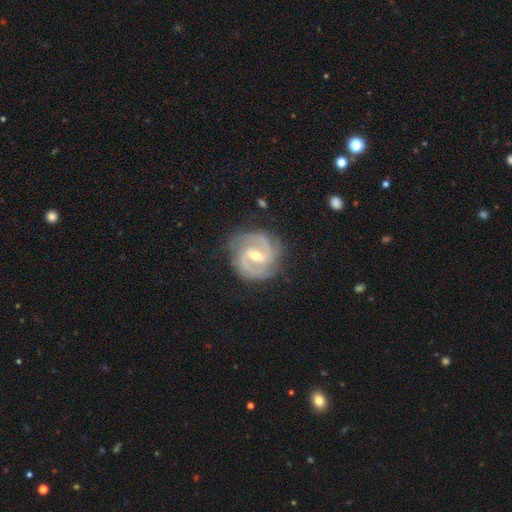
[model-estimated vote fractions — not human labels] featured or disk 91%, smooth 5%, star or artifact 4%. Down the decision tree: edge-on disk — no (98%); bar — weak (50%); spiral arms — yes (98%); spiral arm count — 2 (77%); spiral winding — medium (48%); bulge size — moderate (50%); merging — none (81%).